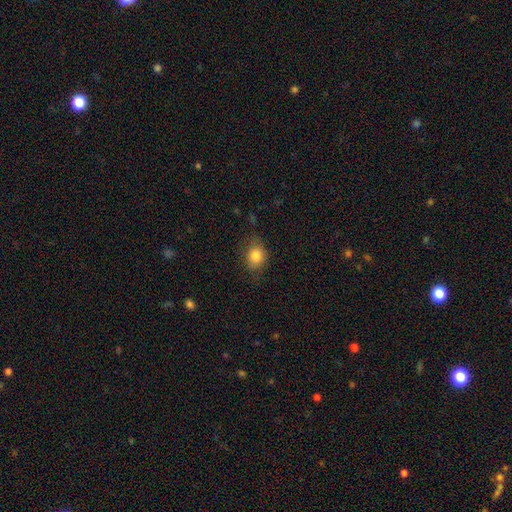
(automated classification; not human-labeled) Morphology: type=smooth (81%); roundness=round (49%, tied with in between); merging=none (69%).